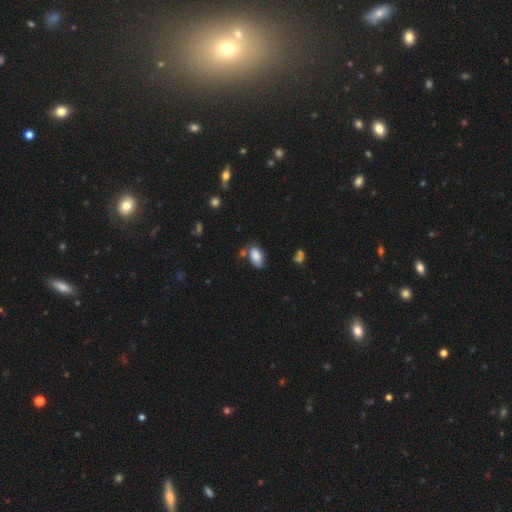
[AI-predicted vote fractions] smooth-or-featured: smooth: 85% | star or artifact: 8% | featured or disk: 7%
  how-rounded: in between: 93% | round: 6% | cigar-shaped: 2%
  merging: none: 57% | minor disturbance: 24% | merger: 12% | major disturbance: 7%